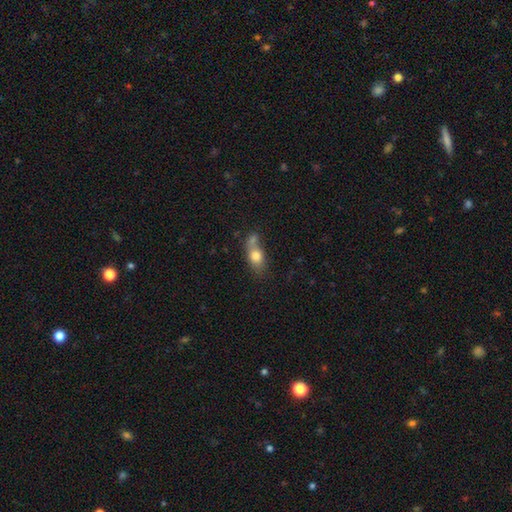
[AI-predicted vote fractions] This is likely a smooth galaxy (76%). How rounded: likely in between (68%). Merging: marginally merger (44%).